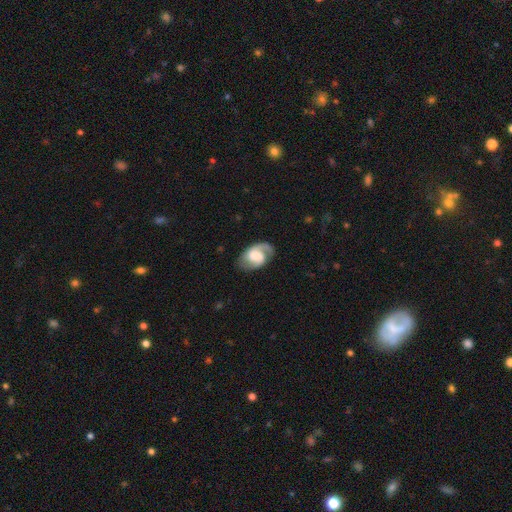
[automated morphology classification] Smooth or featured: featured or disk — 78% (smooth — 16%)
Edge-on disk: no — 97% (yes — 3%)
Bar: weak — 46% (no — 36%)
Spiral arms: yes — 94% (no — 6%)
Spiral winding: medium — 49% (tight — 29%)
Spiral arm count: 2 — 79% (1 — 13%)
Bulge size: large — 35% (moderate — 23%)
Merging: none — 71% (minor disturbance — 19%)